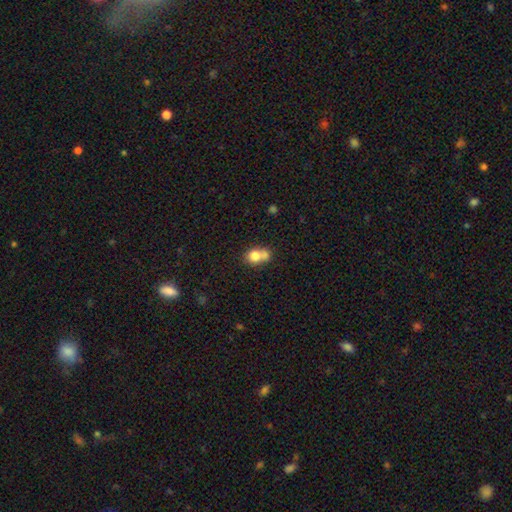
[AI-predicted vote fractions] This appears to be a smooth galaxy with no disk features (77%) that is round (51%). Merging: merger (51%).